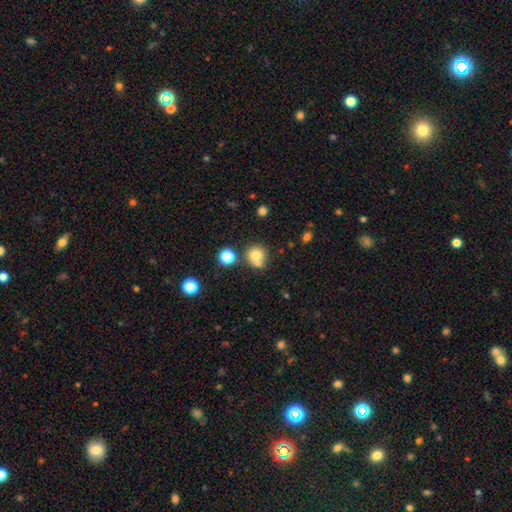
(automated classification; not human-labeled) The model was most divided on "merging": none: 51%, merger: 31%, minor disturbance: 13%, major disturbance: 5%. More confident: how rounded — round (84%); smooth or featured — smooth (75%).